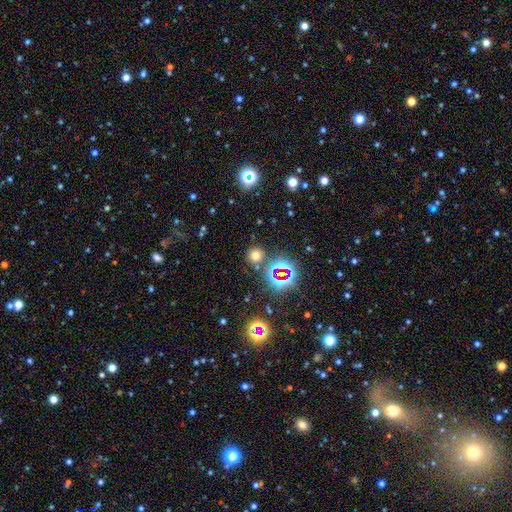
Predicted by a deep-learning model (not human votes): Smooth or featured?
  - smooth: 60% *
  - star or artifact: 33%
  - featured or disk: 7%
How rounded?
  - round: 89% *
  - in between: 10%
  - cigar-shaped: 1%
Merging?
  - none: 83% *
  - minor disturbance: 7%
  - merger: 6%
  - major disturbance: 3%